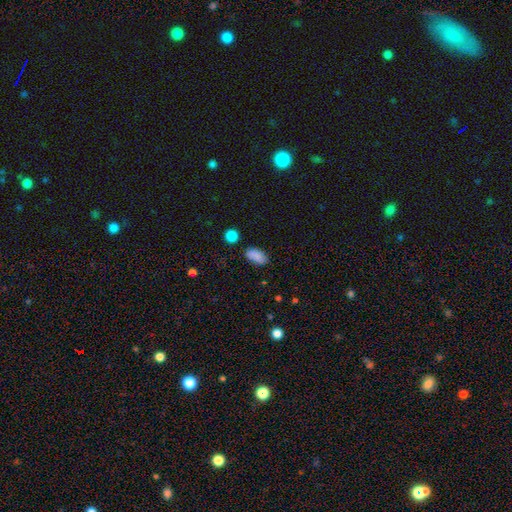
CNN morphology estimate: type=smooth (86%); roundness=in between (91%); merging=none (72%).